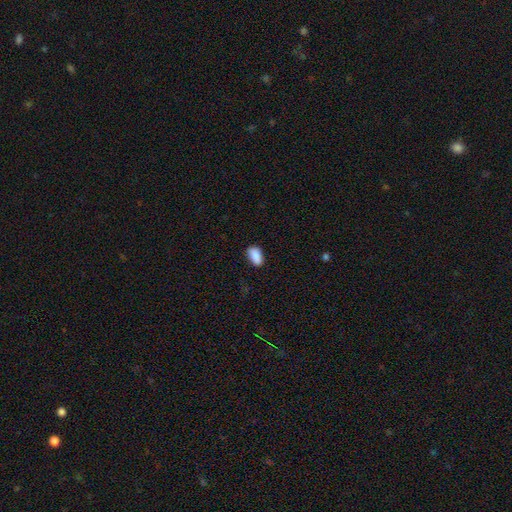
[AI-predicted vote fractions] smooth_or_featured: smooth (p=0.87) [alt: star or artifact p=0.07]
how_rounded: in between (p=0.91) [alt: round p=0.06]
merging: none (p=0.79) [alt: minor disturbance p=0.16]